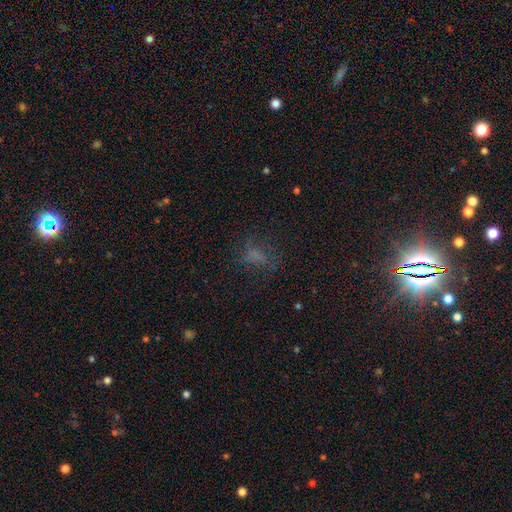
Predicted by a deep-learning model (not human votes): Smooth or featured? smooth (48%)
Merging? none (55%)